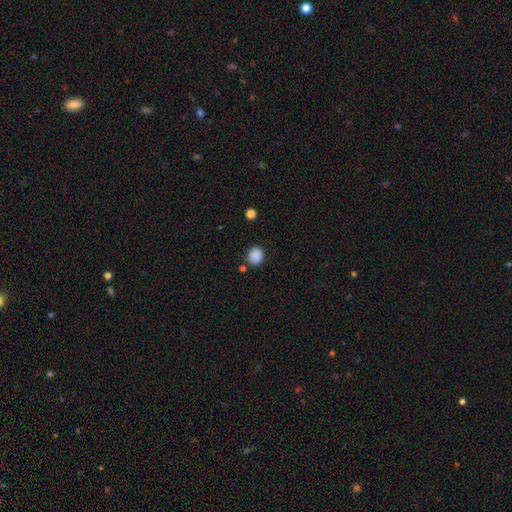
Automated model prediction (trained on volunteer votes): Q: Smooth or featured?
A: smooth (87%); runner-up: star or artifact (10%)
Q: How rounded?
A: round (74%); runner-up: in between (25%)
Q: Merging?
A: none (83%); runner-up: minor disturbance (10%)